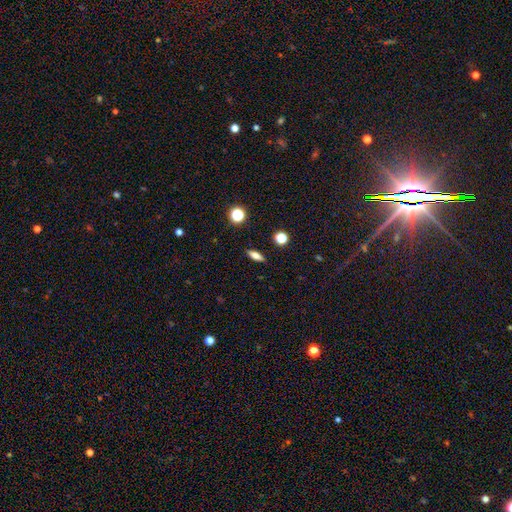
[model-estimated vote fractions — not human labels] This appears to be a smooth galaxy with no disk features (68%) that is in between round and cigar-shaped (56%). Merging: none (89%).